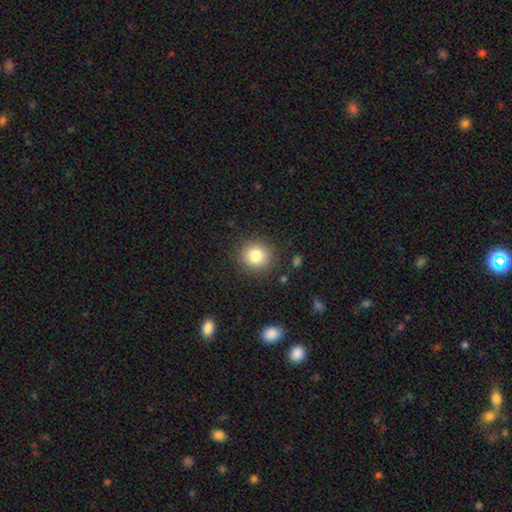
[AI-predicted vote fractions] A smooth galaxy with no disk features (81%) that is round (91%).

Vote fractions:
- Smooth or featured? smooth: 81% / star or artifact: 11% / featured or disk: 8%
- How rounded? round: 91% / in between: 8% / cigar-shaped: 1%
- Merging? none: 89% / minor disturbance: 7% / major disturbance: 3% / merger: 1%